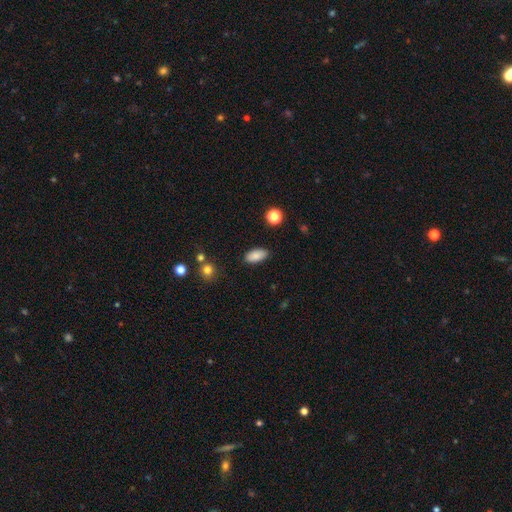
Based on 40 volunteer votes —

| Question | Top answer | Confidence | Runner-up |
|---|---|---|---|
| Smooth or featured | smooth | 92% | featured or disk (5%) |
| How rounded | in between | 92% | round (5%) |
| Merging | none | 90% | minor disturbance (8%) |